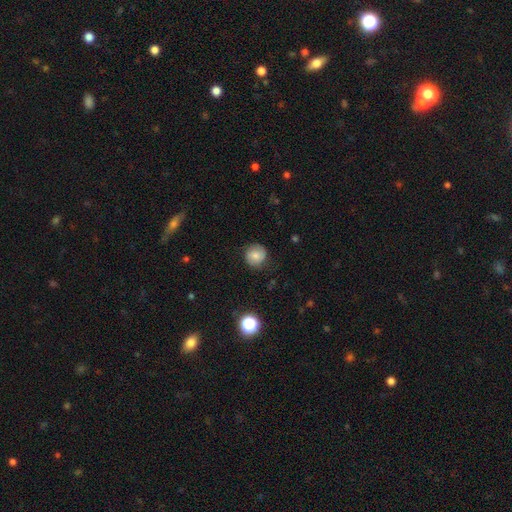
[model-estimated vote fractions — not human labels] This appears to be a smooth galaxy with no disk features (69%) that is round (90%). Merging: none (82%).